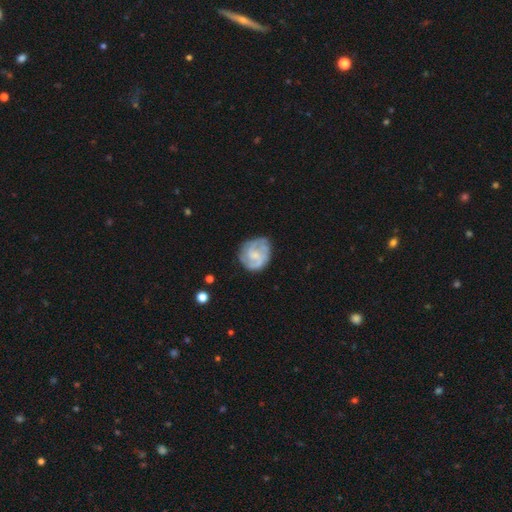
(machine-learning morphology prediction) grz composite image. It shows a featured or disk galaxy (71%) with no bar (53%), 2 (36%) tight (42%, tied with medium) spiral arms (86%) and a small central bulge (39%). Merging: none (68%).